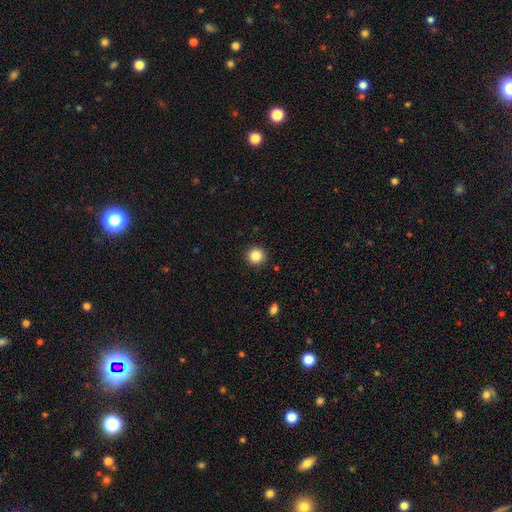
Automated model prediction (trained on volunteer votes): smooth_or_featured: smooth (p=0.85) [alt: star or artifact p=0.10]
how_rounded: round (p=0.93) [alt: in between p=0.06]
merging: none (p=0.92) [alt: minor disturbance p=0.05]